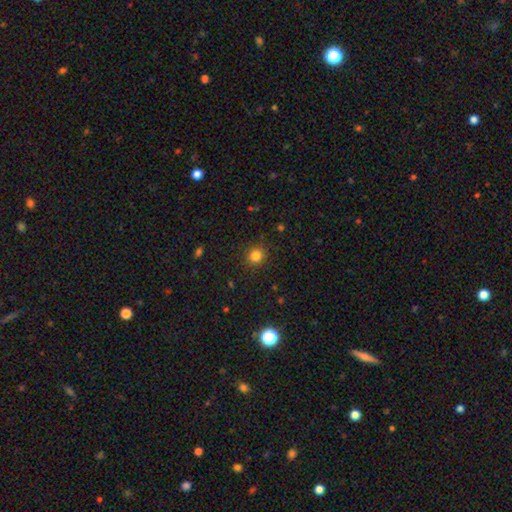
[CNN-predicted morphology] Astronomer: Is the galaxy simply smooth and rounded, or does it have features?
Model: smooth — 82%.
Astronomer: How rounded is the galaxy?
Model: round — 87%.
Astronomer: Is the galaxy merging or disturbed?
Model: none — 89%.